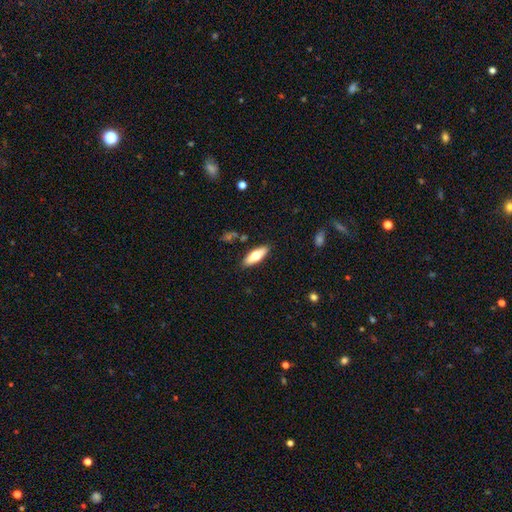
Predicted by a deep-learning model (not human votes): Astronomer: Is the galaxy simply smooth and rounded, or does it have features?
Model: smooth — 61%.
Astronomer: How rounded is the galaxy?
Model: in between — 60% (runner-up: cigar-shaped, 38%).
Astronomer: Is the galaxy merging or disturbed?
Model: none — 87%.